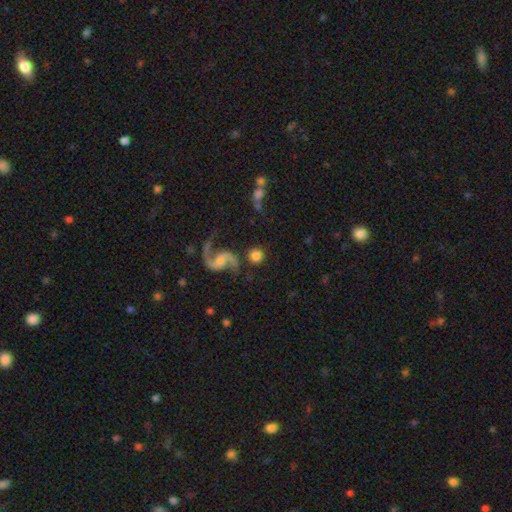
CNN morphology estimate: Smooth or featured? smooth (52%)
How rounded? round (92%)
Merging? none (78%)